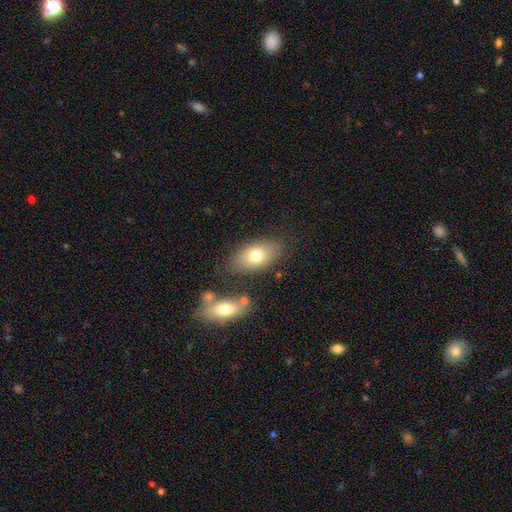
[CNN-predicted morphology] Smooth or featured? Predicted: smooth (p=0.75). How rounded? Predicted: in between (p=0.90). Merging? Predicted: none (p=0.76).